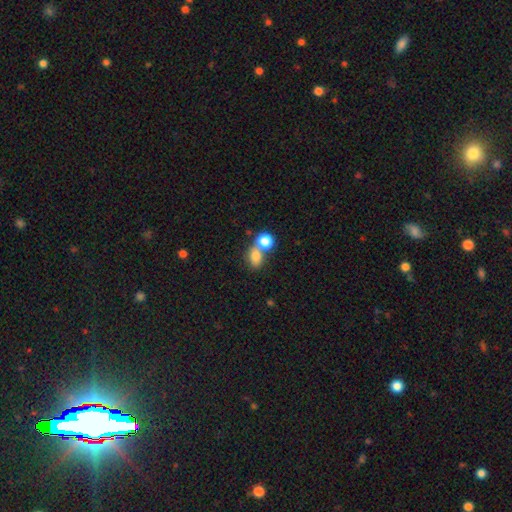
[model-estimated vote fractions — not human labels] smooth_or_featured: smooth (p=0.79) [alt: star or artifact p=0.11]
how_rounded: in between (p=0.55) [alt: round p=0.43]
merging: merger (p=0.52) [alt: none p=0.36]